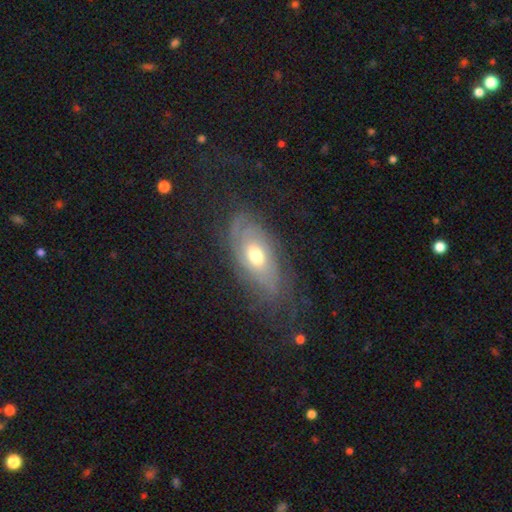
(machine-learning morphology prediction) smooth-or-featured: featured or disk: 64% | smooth: 28% | star or artifact: 8%
  disk-edge-on: no: 87% | yes: 13%
    bar: no: 80% | weak: 17% | strong: 4%
    has-spiral-arms: yes: 72% | no: 28%
    bulge-size: moderate: 73% | large: 16% | small: 9% | dominant: 1% | none: 1%
  merging: none: 66% | minor disturbance: 20% | major disturbance: 12% | merger: 1%